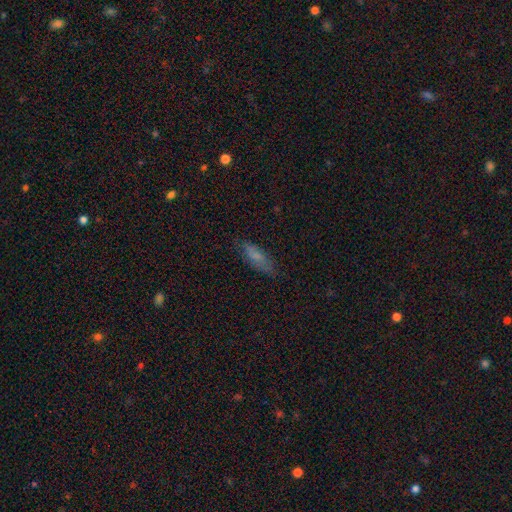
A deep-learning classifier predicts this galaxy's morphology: The model was most divided on "how rounded": in between: 59%, cigar-shaped: 38%, round: 2%. More confident: merging — none (75%); smooth or featured — smooth (69%).